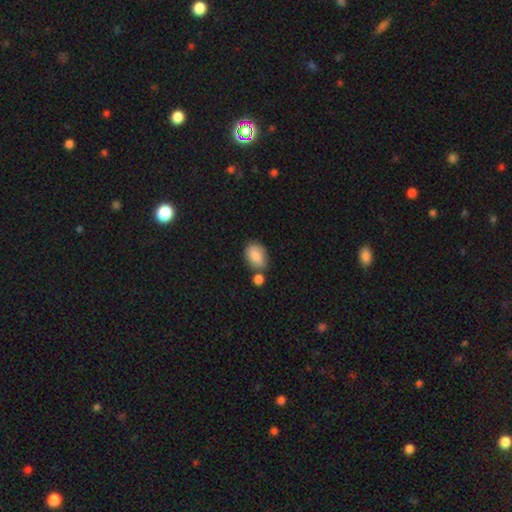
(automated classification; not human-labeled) This appears to be a smooth galaxy with no disk features (84%) that is in between round and cigar-shaped (82%). Merging: none (58%).